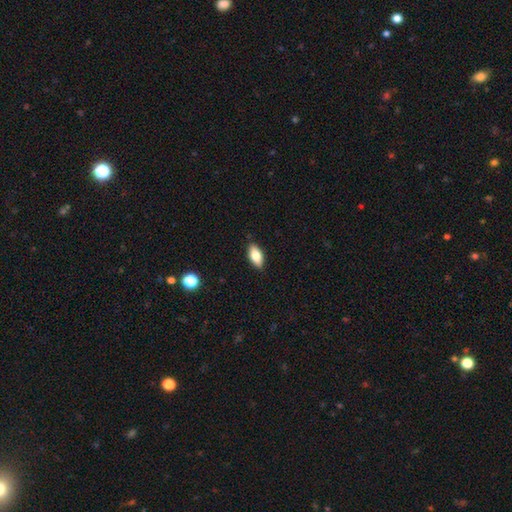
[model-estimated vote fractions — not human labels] smooth 78%, featured or disk 15%, star or artifact 7%. Down the decision tree: how rounded — in between (89%); merging — none (88%).